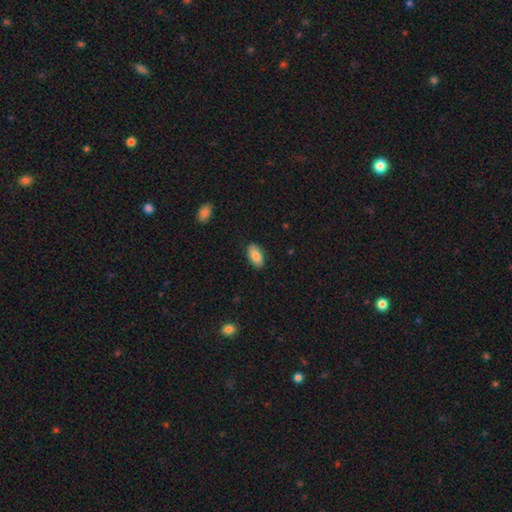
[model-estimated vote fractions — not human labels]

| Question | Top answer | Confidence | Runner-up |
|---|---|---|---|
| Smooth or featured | smooth | 81% | featured or disk (12%) |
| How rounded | in between | 93% | cigar-shaped (4%) |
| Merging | none | 84% | minor disturbance (12%) |